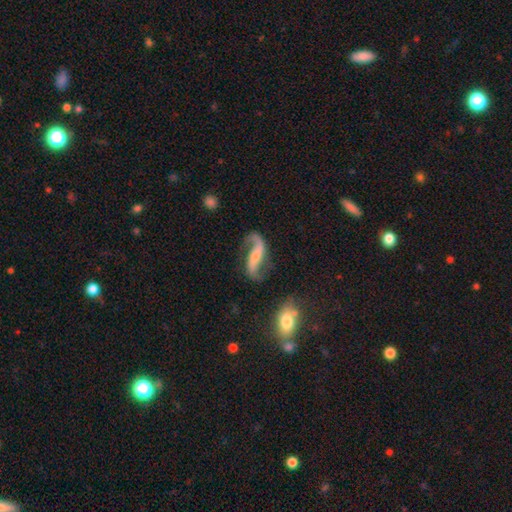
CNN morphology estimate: Smooth or featured: featured or disk — 87% (smooth — 8%)
Edge-on disk: no — 95% (yes — 5%)
Bar: strong — 35% (no — 34%)
Spiral arms: yes — 96% (no — 4%)
Spiral winding: loose — 80% (medium — 16%)
Spiral arm count: 2 — 87% (1 — 9%)
Bulge size: small — 52% (moderate — 25%)
Merging: none — 66% (minor disturbance — 16%)